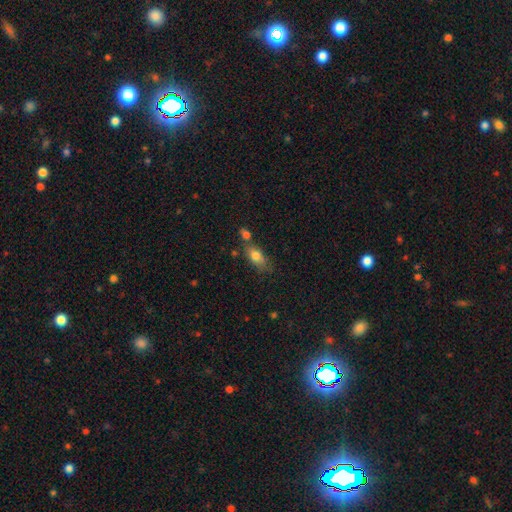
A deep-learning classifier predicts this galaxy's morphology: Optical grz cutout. It shows a smooth galaxy with no disk features (78%) that is in between round and cigar-shaped (80%). Merging: none (52%).